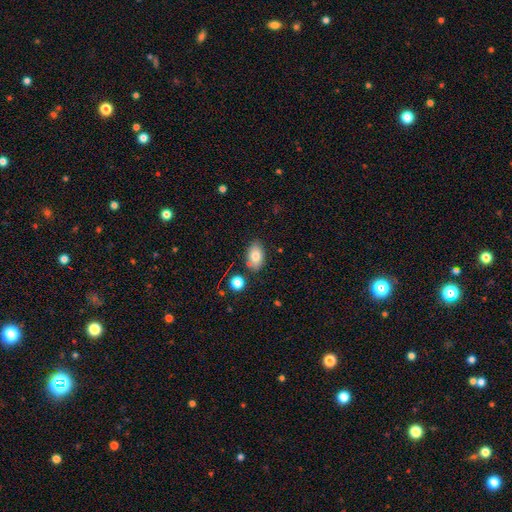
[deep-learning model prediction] Smooth or featured? Predicted: smooth (p=0.80). How rounded? Predicted: in between (p=0.89). Merging? Predicted: none (p=0.77).